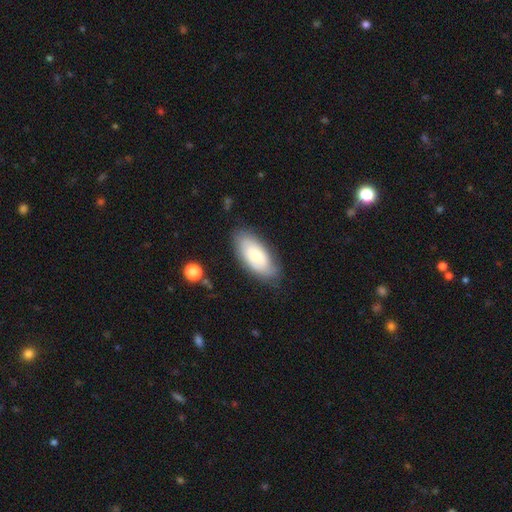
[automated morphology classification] smooth 54%, featured or disk 39%, star or artifact 6%. Down the decision tree: how rounded — in between (91%); merging — none (76%).